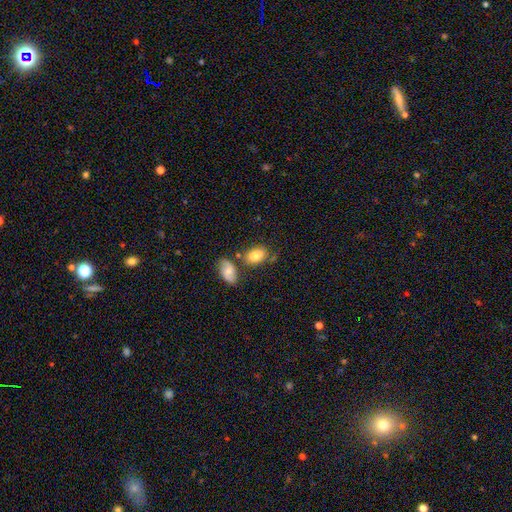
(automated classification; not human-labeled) smooth-or-featured: smooth: 80% | featured or disk: 13% | star or artifact: 8%
  how-rounded: in between: 86% | round: 13% | cigar-shaped: 2%
  merging: none: 62% | merger: 18% | minor disturbance: 16% | major disturbance: 5%